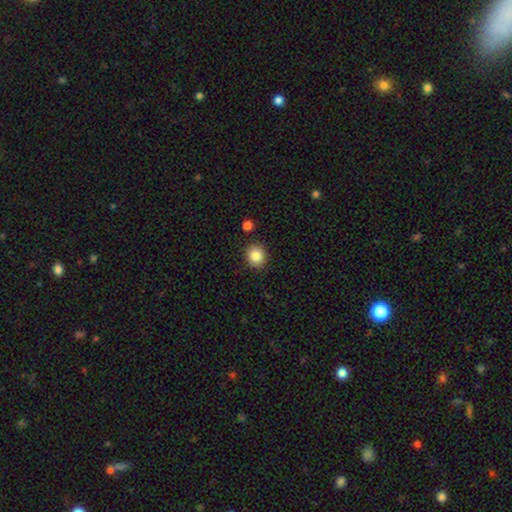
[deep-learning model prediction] This appears to be a smooth galaxy with no disk features (86%) that is round (84%). Merging: none (88%).